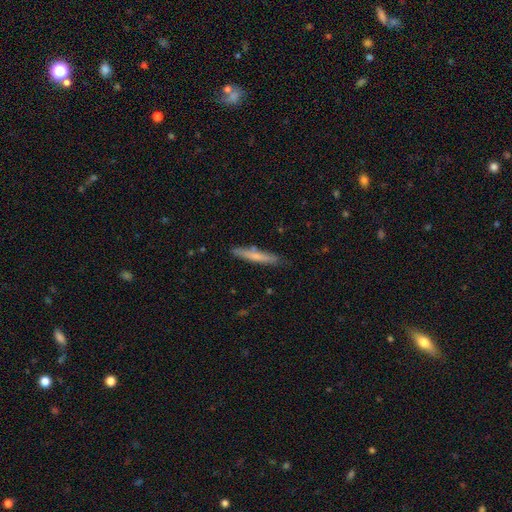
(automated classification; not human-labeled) A smooth galaxy with no disk features (63%) that is cigar-shaped (94%).

Vote fractions:
- Smooth or featured? smooth: 63% / featured or disk: 31% / star or artifact: 6%
- How rounded? cigar-shaped: 94% / in between: 5% / round: 1%
- Merging? none: 83% / minor disturbance: 13% / merger: 2% / major disturbance: 2%